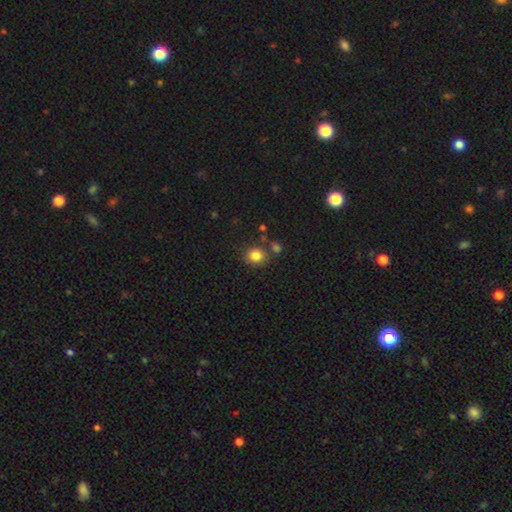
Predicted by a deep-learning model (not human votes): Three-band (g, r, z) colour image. It shows a smooth galaxy with no disk features (83%) that is round (70%). Merging: none (73%).